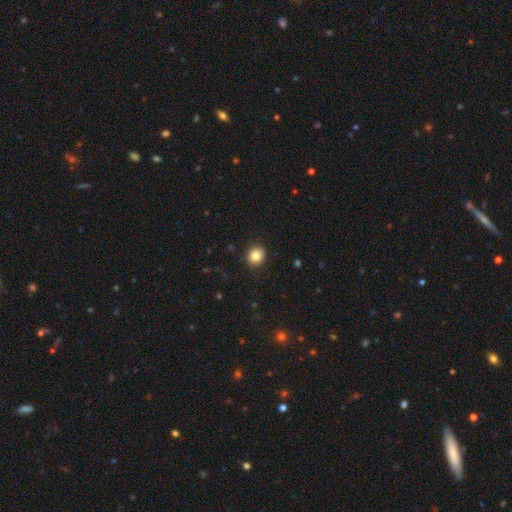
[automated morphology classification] Overall: smooth (85%). How rounded: round (77%). Merging: none (89%).